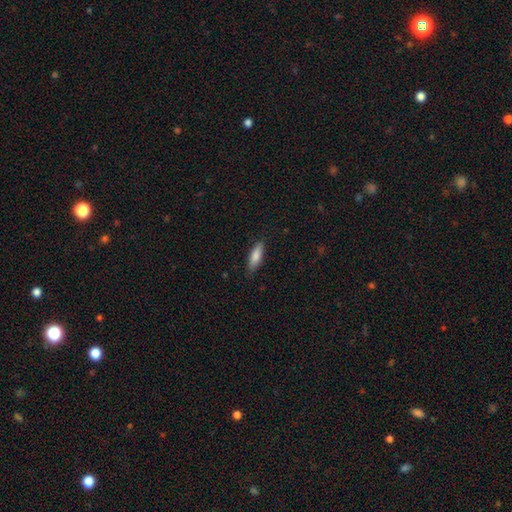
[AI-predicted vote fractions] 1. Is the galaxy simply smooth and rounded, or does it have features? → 82% smooth, 12% featured or disk, 6% star or artifact.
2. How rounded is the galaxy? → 50% in between, 48% cigar-shaped, 2% round.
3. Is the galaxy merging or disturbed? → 85% none, 12% minor disturbance, 2% major disturbance, 1% merger.